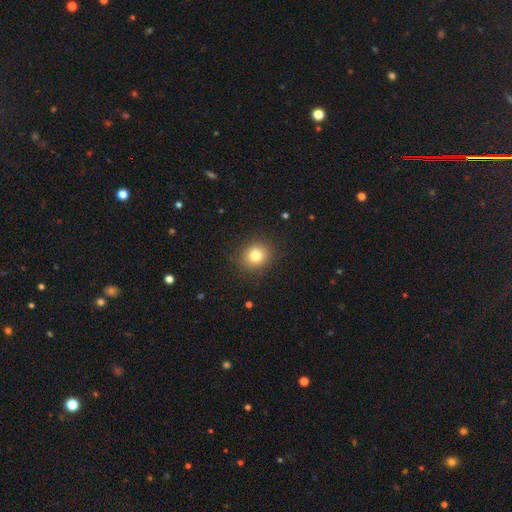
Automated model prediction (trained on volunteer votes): A smooth galaxy with no disk features (79%) that is round (80%). Merging: none (88%).